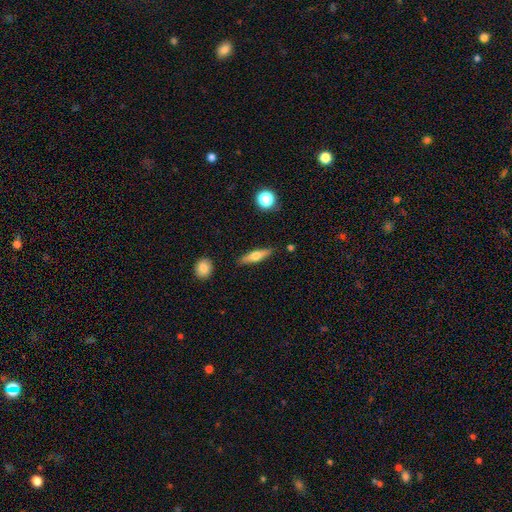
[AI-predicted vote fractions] Overall: smooth (48%; featured or disk 45%). Merging: none (87%).